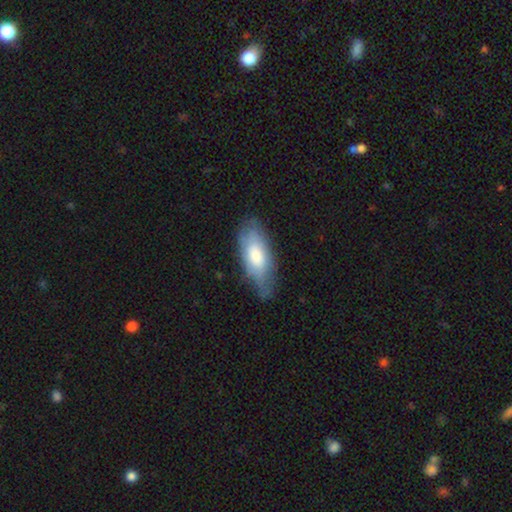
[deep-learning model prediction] A smooth galaxy with no disk features (68%) that is in between round and cigar-shaped (81%).

Vote fractions:
- Smooth or featured? smooth: 68% / featured or disk: 27% / star or artifact: 6%
- How rounded? in between: 81% / cigar-shaped: 17% / round: 2%
- Merging? none: 60% / minor disturbance: 31% / major disturbance: 8% / merger: 2%